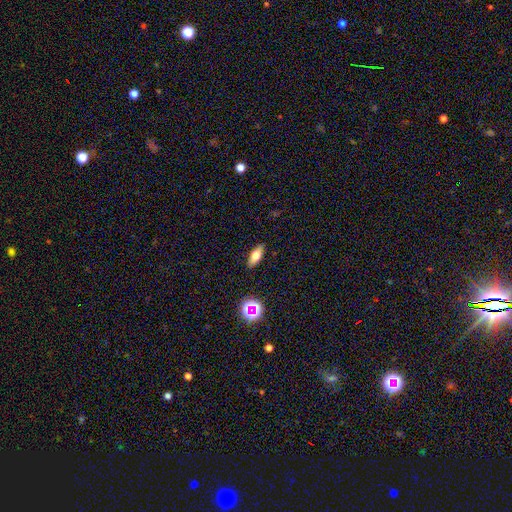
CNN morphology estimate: smooth-or-featured: smooth: 66% | featured or disk: 24% | star or artifact: 11%
  how-rounded: in between: 72% | cigar-shaped: 23% | round: 4%
  merging: none: 89% | minor disturbance: 8% | major disturbance: 2% | merger: 1%